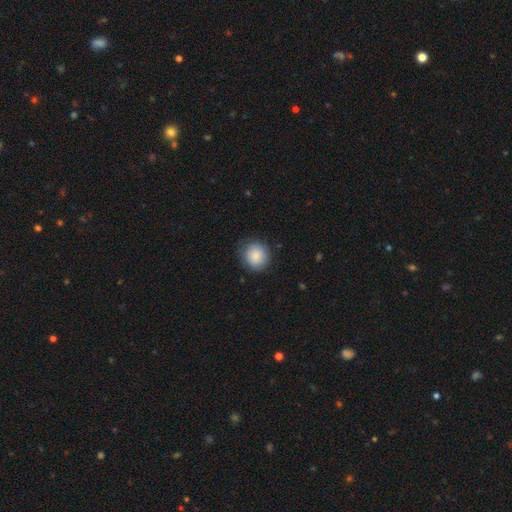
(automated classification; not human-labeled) Morphology: type=smooth (87%); roundness=round (87%); merging=none (81%).